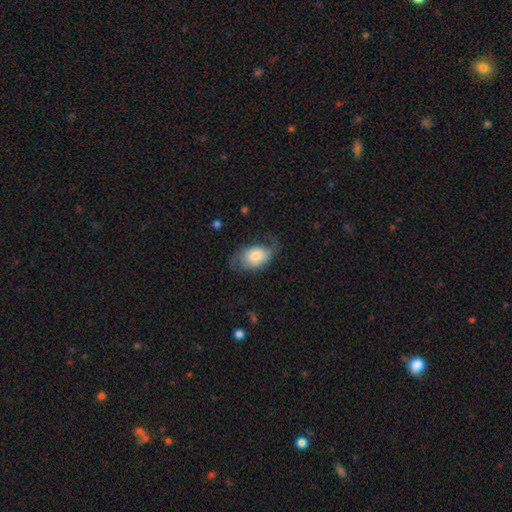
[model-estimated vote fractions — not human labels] smooth_or_featured: smooth (p=0.52) [alt: featured or disk p=0.41]
how_rounded: in between (p=0.85) [alt: round p=0.14]
merging: none (p=0.50) [alt: minor disturbance p=0.27]